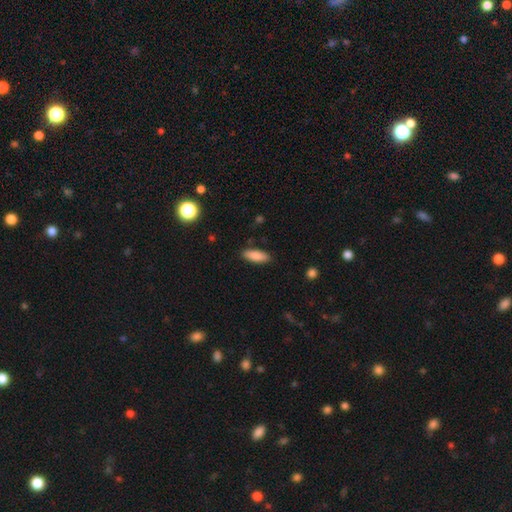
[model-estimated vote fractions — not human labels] Smooth or featured?
  - smooth: 86% *
  - featured or disk: 7%
  - star or artifact: 7%
How rounded?
  - in between: 68% *
  - cigar-shaped: 30%
  - round: 2%
Merging?
  - none: 86% *
  - minor disturbance: 10%
  - major disturbance: 2%
  - merger: 1%